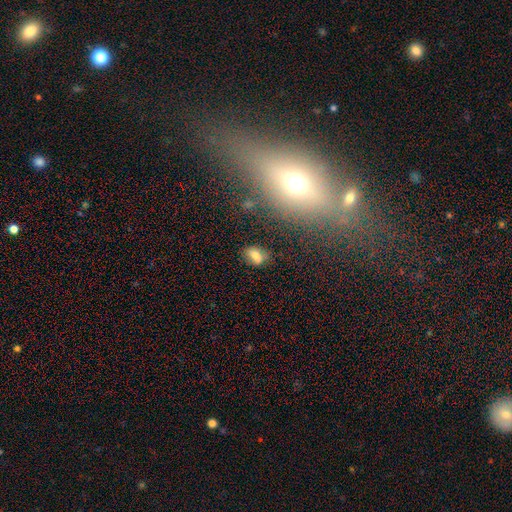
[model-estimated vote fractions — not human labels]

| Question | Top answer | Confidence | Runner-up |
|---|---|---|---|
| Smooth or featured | smooth | 68% | featured or disk (19%) |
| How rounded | in between | 79% | round (15%) |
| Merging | none | 71% | minor disturbance (17%) |